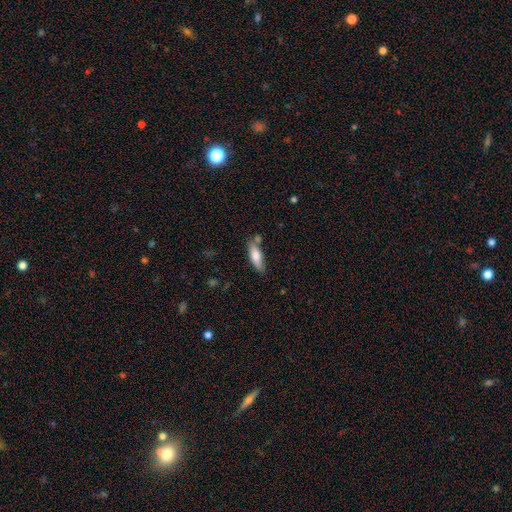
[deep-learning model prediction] This appears to be a smooth galaxy with no disk features (74%) that is in between round and cigar-shaped (55%). Merging: none (68%).